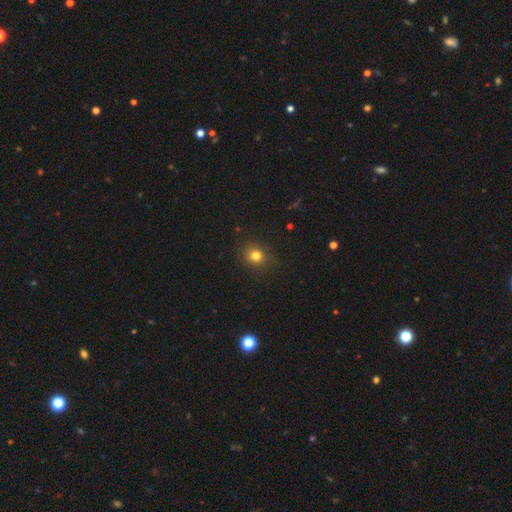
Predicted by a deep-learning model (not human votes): Smooth or featured? smooth (79%)
How rounded? round (77%)
Merging? none (87%)